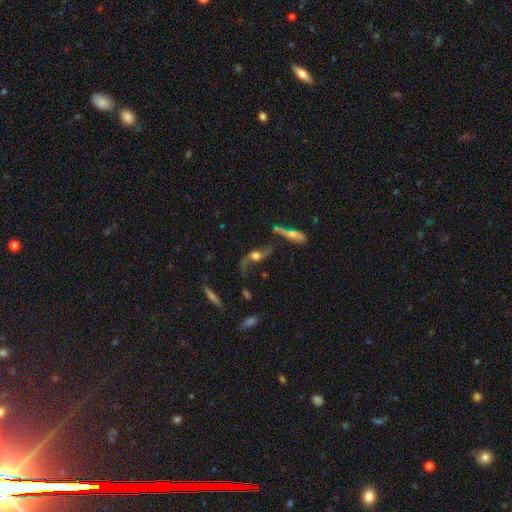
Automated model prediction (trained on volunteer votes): Smooth or featured?
  - featured or disk: 81% *
  - smooth: 11%
  - star or artifact: 8%
Edge-on disk?
  - no: 84% *
  - yes: 16%
Bar?
  - no: 63% *
  - weak: 28%
  - strong: 9%
Spiral arms?
  - yes: 92% *
  - no: 8%
Spiral winding?
  - loose: 92% *
  - medium: 6%
  - tight: 2%
Spiral arm count?
  - 2: 92% *
  - 1: 4%
  - can't tell: 2%
  - 3: 1%
  - 4: 1%
  - more than 4: 1%
Bulge size?
  - moderate: 52% *
  - large: 28%
  - small: 12%
  - none: 4%
  - dominant: 4%
Merging?
  - none: 55% *
  - minor disturbance: 18%
  - major disturbance: 15%
  - merger: 11%